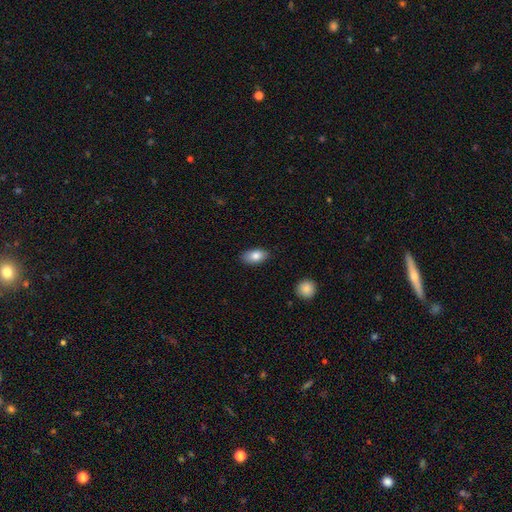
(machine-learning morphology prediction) This appears to be a smooth galaxy with no disk features (82%) that is in between round and cigar-shaped (92%). Merging: none (85%).